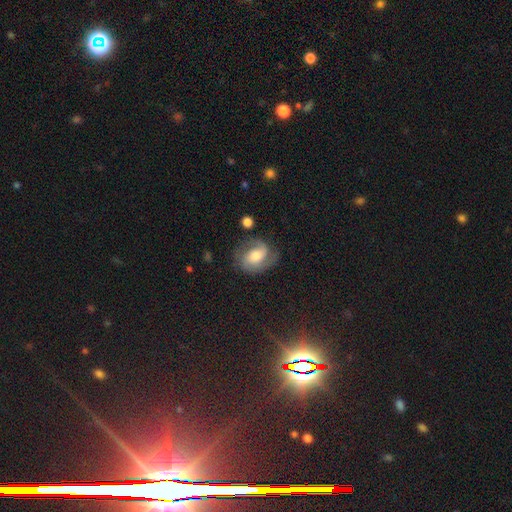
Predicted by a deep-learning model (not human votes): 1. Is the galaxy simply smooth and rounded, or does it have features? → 72% featured or disk, 21% smooth, 7% star or artifact.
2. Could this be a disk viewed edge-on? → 97% no, 3% yes.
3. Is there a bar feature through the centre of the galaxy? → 49% no, 37% weak, 15% strong.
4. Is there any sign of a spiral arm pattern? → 93% yes, 7% no.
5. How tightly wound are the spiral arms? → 48% medium, 31% tight, 22% loose.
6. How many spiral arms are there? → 78% 2, 8% 1, 8% can't tell, 4% 3, 1% 4, 1% more than 4.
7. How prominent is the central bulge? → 60% moderate, 28% small, 9% large, 2% none, 1% dominant.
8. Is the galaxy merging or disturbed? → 66% none, 20% minor disturbance, 11% major disturbance, 2% merger.